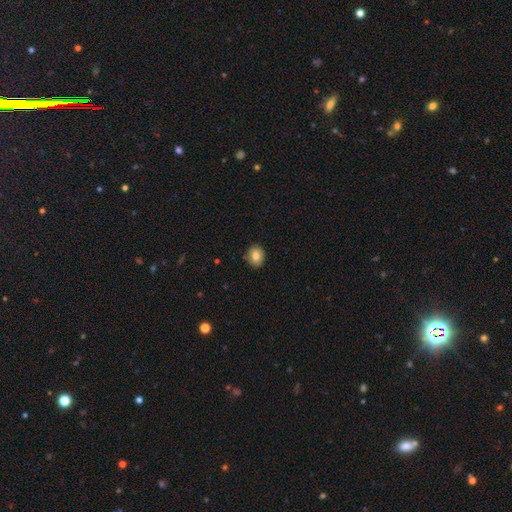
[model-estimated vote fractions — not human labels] Smooth or featured: smooth — 79% (featured or disk — 12%)
How rounded: round — 65% (in between — 34%)
Merging: none — 86% (minor disturbance — 11%)